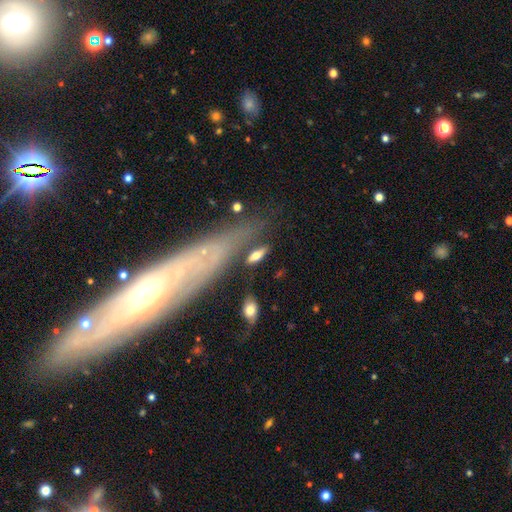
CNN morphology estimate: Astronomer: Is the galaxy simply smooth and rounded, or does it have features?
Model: smooth — 67%.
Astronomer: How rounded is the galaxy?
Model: in between — 68%.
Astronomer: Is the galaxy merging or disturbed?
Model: none — 72%.